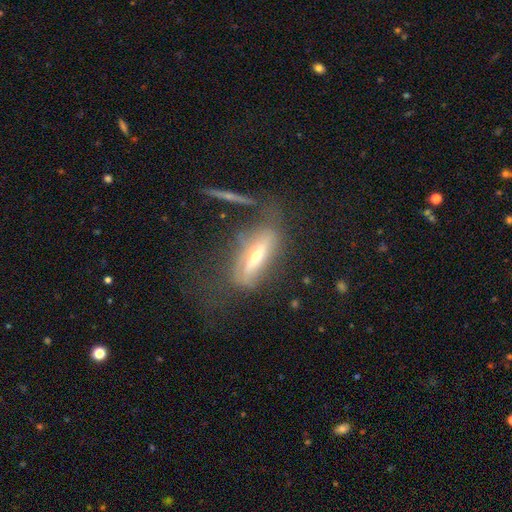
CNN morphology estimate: Q: Smooth or featured?
A: featured or disk (59%); runner-up: smooth (32%)
Q: Edge-on disk?
A: yes (63%); runner-up: no (37%)
Q: Merging?
A: none (45%); runner-up: major disturbance (24%)